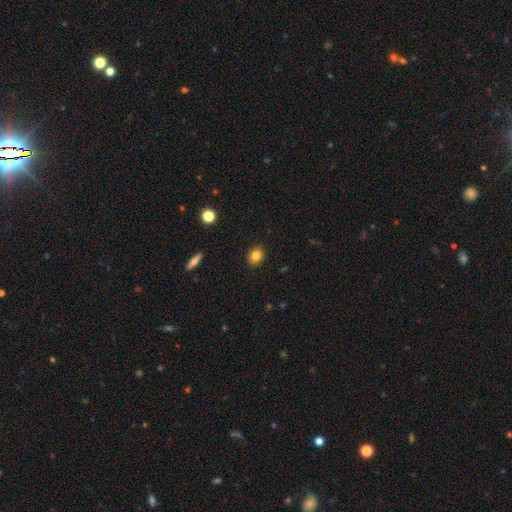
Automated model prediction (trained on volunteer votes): Smooth or featured: smooth — 82% (star or artifact — 10%)
How rounded: round — 62% (in between — 36%)
Merging: none — 90% (minor disturbance — 7%)